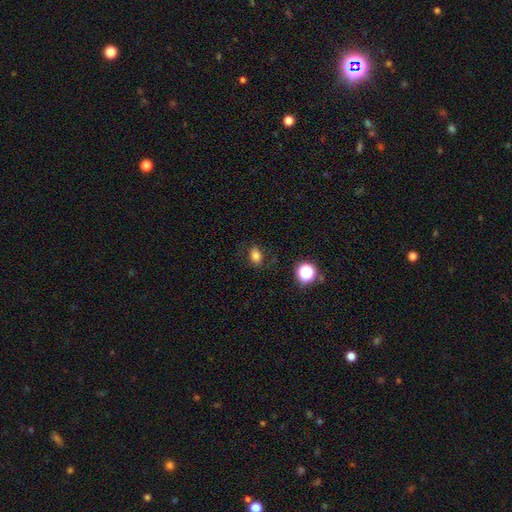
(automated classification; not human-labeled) Smooth or featured?
  - smooth: 77% *
  - star or artifact: 14%
  - featured or disk: 9%
How rounded?
  - in between: 71% *
  - round: 28%
  - cigar-shaped: 1%
Merging?
  - none: 81% *
  - minor disturbance: 13%
  - major disturbance: 4%
  - merger: 2%